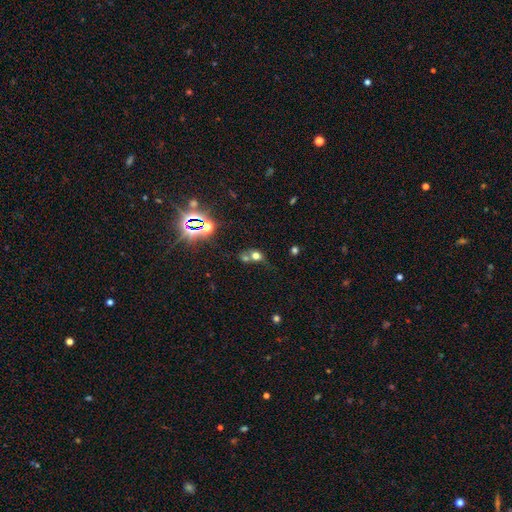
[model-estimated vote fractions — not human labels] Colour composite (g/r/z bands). It shows a smooth galaxy with no disk features (60%) that is round (61%). Merging: merger (51%).